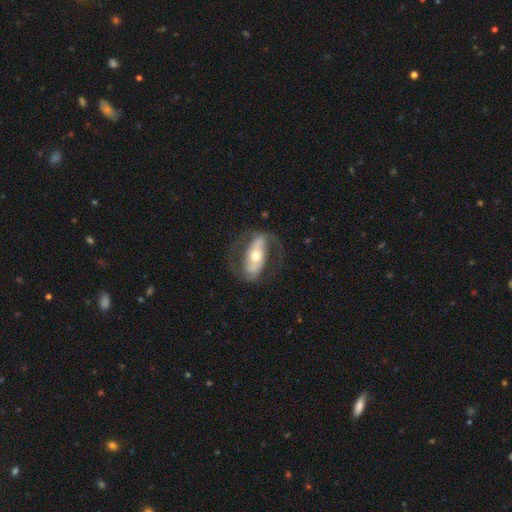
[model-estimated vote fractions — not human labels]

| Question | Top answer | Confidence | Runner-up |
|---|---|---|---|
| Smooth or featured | featured or disk | 76% | smooth (19%) |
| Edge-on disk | no | 92% | yes (8%) |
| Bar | strong | 49% | no (28%) |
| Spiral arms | yes | 77% | no (23%) |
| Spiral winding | medium | 48% | loose (28%) |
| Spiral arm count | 2 | 85% | can't tell (8%) |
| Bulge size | moderate | 64% | small (26%) |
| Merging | none | 69% | major disturbance (15%) |